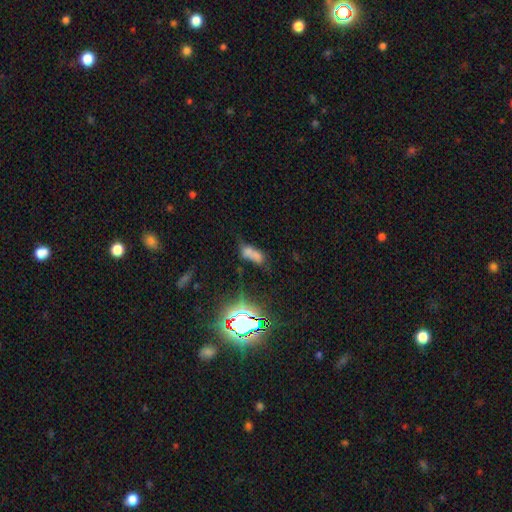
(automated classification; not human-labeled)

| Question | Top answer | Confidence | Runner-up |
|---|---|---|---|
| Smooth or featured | smooth | 57% | star or artifact (24%) |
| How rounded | in between | 72% | cigar-shaped (21%) |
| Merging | none | 34% | merger (30%) |